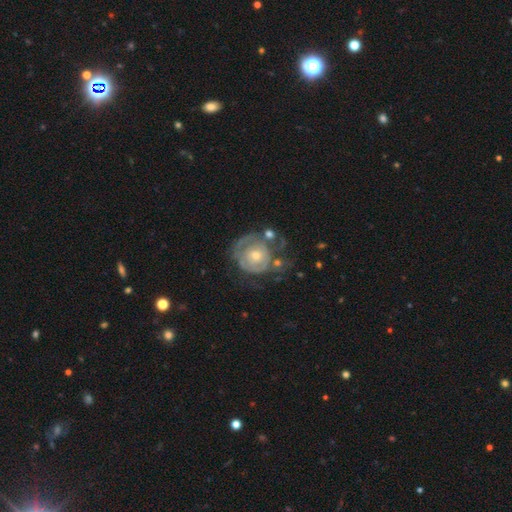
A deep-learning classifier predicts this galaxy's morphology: type=featured or disk (72%); edge-on=no (97%); bar=no (83%); spiral arms=yes (68%); bulge=moderate (57%); merging=none (51%).